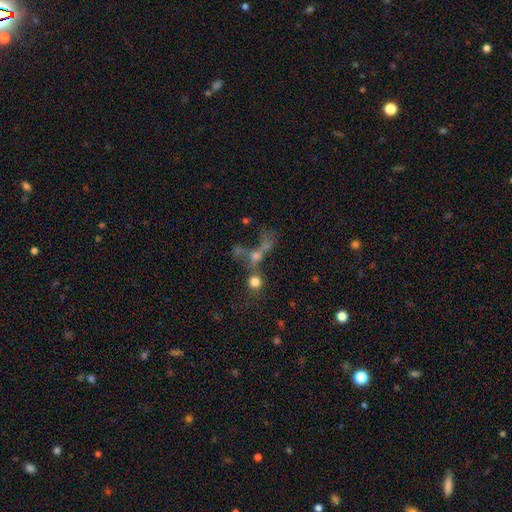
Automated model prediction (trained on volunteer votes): A smooth galaxy with no disk features (47%). Merging: merger (49%).